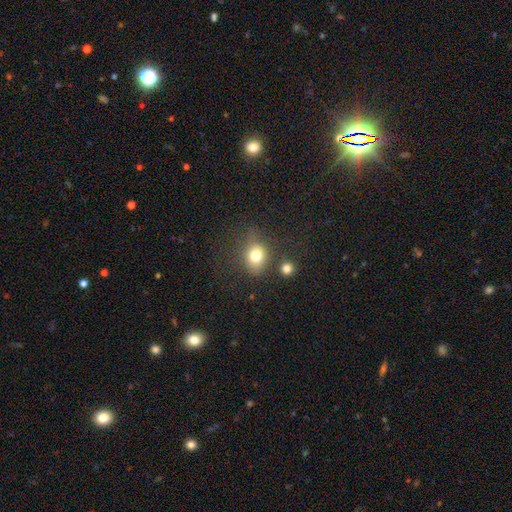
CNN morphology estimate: Q: Smooth or featured?
A: smooth (76%); runner-up: star or artifact (13%)
Q: How rounded?
A: round (61%); runner-up: in between (38%)
Q: Merging?
A: none (65%); runner-up: minor disturbance (18%)